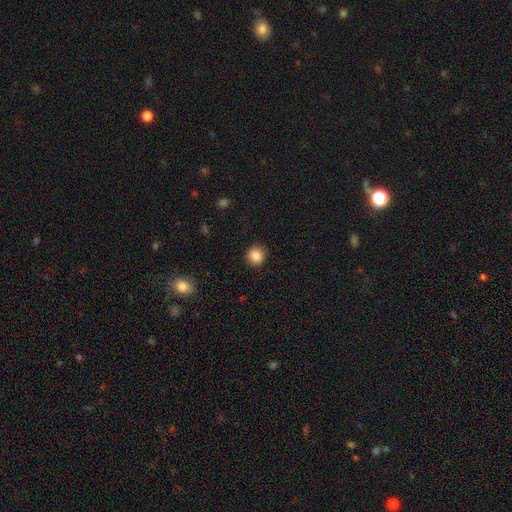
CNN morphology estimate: This appears to be a smooth galaxy with no disk features (87%) that is round (83%). Merging: none (89%).